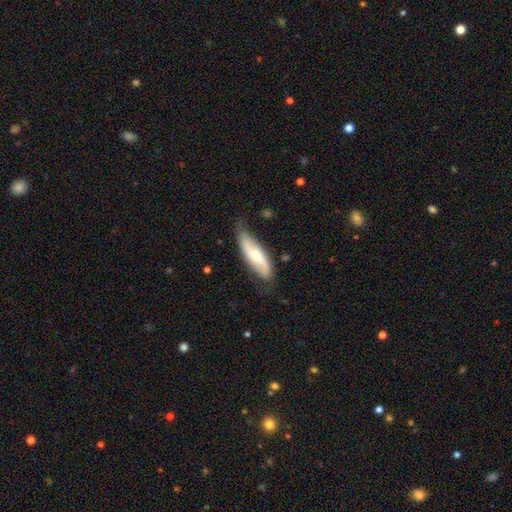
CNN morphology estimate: Smooth or featured?
  - featured or disk: 54% *
  - smooth: 41%
  - star or artifact: 5%
Edge-on disk?
  - no: 76% *
  - yes: 24%
Merging?
  - none: 65% *
  - minor disturbance: 28%
  - major disturbance: 6%
  - merger: 2%